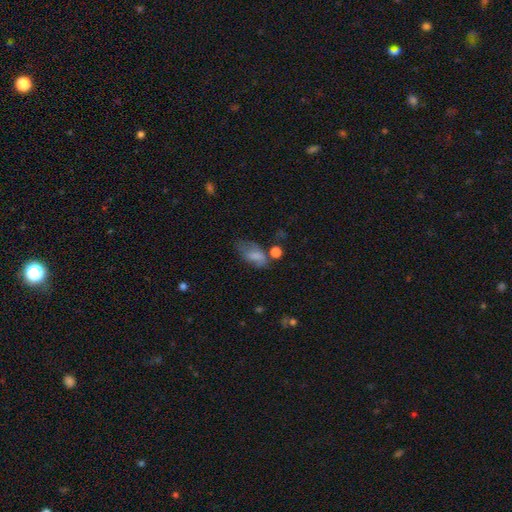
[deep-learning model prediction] Overall: smooth (72%). How rounded: in between (89%). Merging: none (33%; minor disturbance 30%).